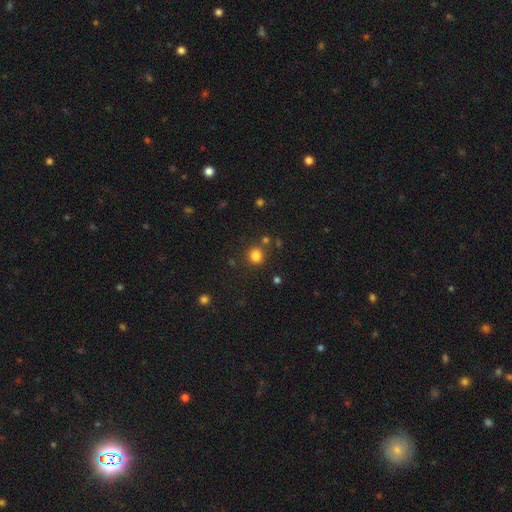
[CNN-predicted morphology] smooth_or_featured: smooth (p=0.81) [alt: star or artifact p=0.14]
how_rounded: round (p=0.88) [alt: in between p=0.11]
merging: none (p=0.81) [alt: minor disturbance p=0.09]